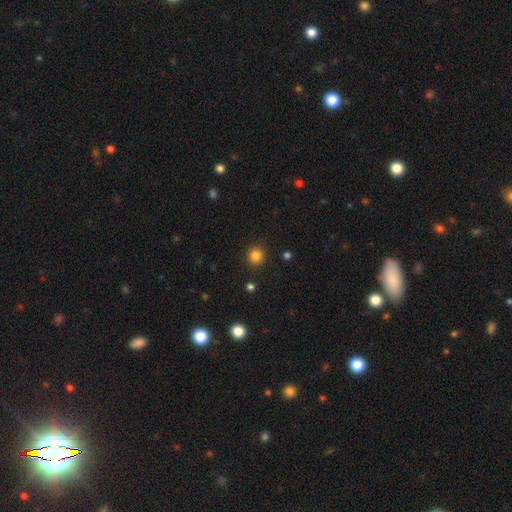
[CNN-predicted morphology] smooth 83%, star or artifact 13%, featured or disk 4%. Down the decision tree: how rounded — round (92%); merging — none (90%).